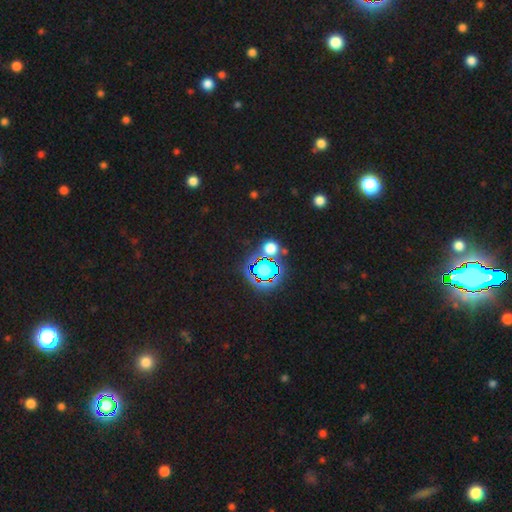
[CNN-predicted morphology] Q: Smooth or featured?
A: star or artifact (81%); runner-up: smooth (12%)